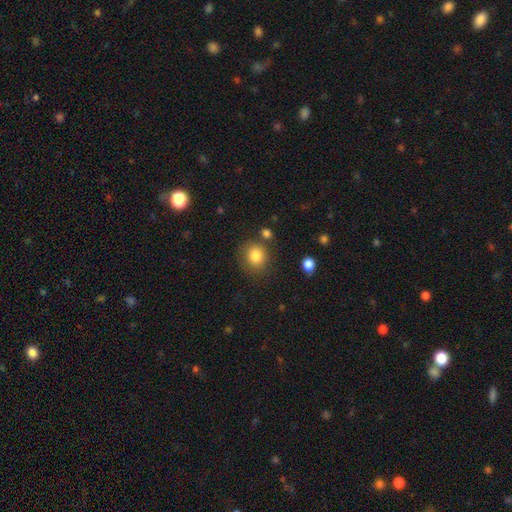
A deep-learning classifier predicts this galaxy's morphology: Q: Smooth or featured?
A: smooth (83%); runner-up: star or artifact (10%)
Q: How rounded?
A: round (81%); runner-up: in between (18%)
Q: Merging?
A: none (77%); runner-up: minor disturbance (12%)